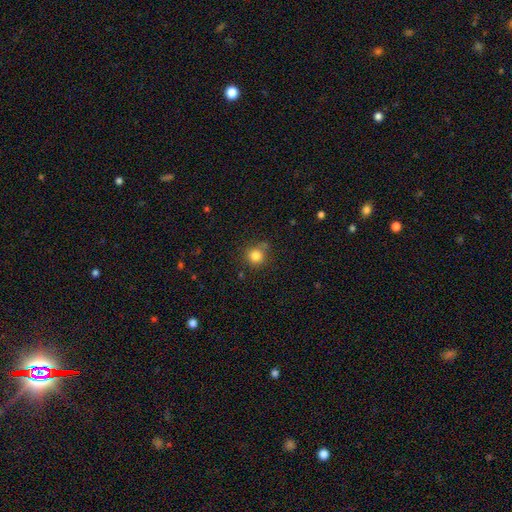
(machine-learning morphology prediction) smooth-or-featured: smooth: 83% | star or artifact: 12% | featured or disk: 6%
  how-rounded: round: 90% | in between: 9% | cigar-shaped: 1%
  merging: none: 72% | minor disturbance: 18% | merger: 6% | major disturbance: 5%